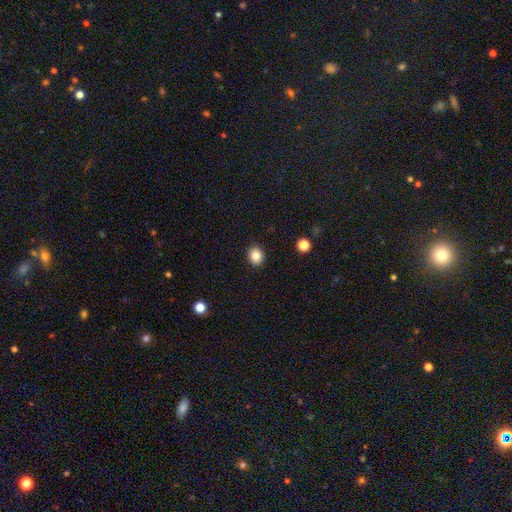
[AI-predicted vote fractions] A smooth galaxy with no disk features (85%) that is round (63%).

Vote fractions:
- Smooth or featured? smooth: 85% / star or artifact: 10% / featured or disk: 5%
- How rounded? round: 63% / in between: 36% / cigar-shaped: 1%
- Merging? none: 90% / minor disturbance: 7% / major disturbance: 2% / merger: 1%